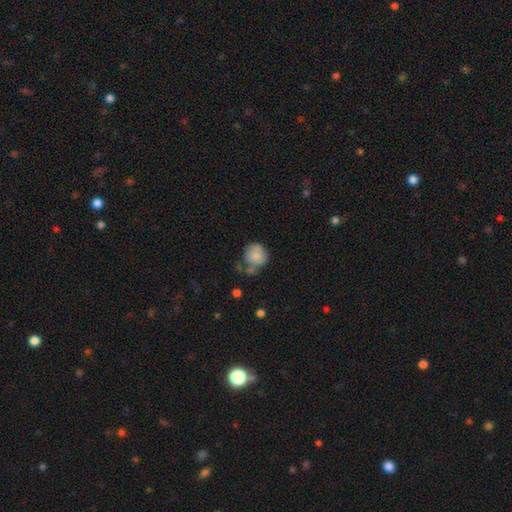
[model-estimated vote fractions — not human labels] A smooth galaxy with no disk features (79%) that is round (80%).

Vote fractions:
- Smooth or featured? smooth: 79% / featured or disk: 13% / star or artifact: 8%
- How rounded? round: 80% / in between: 19% / cigar-shaped: 1%
- Merging? none: 43% / minor disturbance: 28% / major disturbance: 16% / merger: 13%